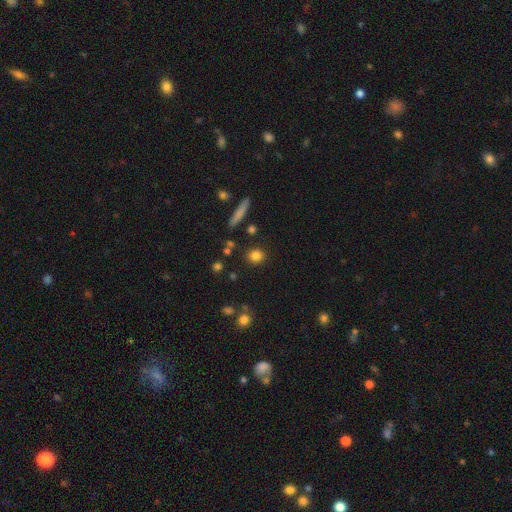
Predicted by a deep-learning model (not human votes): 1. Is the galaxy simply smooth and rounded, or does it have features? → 83% smooth, 10% star or artifact, 7% featured or disk.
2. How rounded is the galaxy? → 76% round, 20% in between, 3% cigar-shaped.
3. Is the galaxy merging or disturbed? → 86% none, 8% minor disturbance, 4% merger, 3% major disturbance.